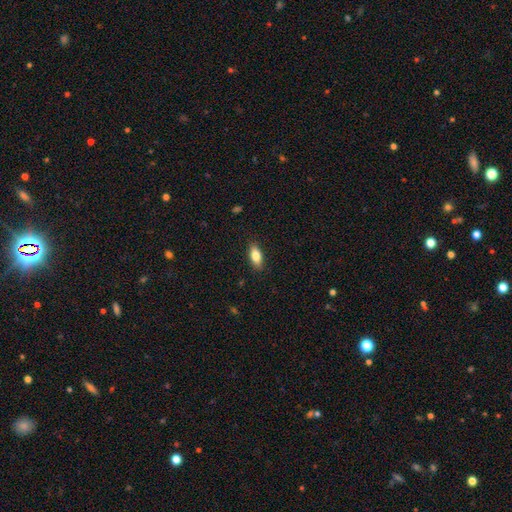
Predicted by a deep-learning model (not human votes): Smooth or featured? Predicted: smooth (p=0.80). How rounded? Predicted: in between (p=0.83). Merging? Predicted: none (p=0.87).